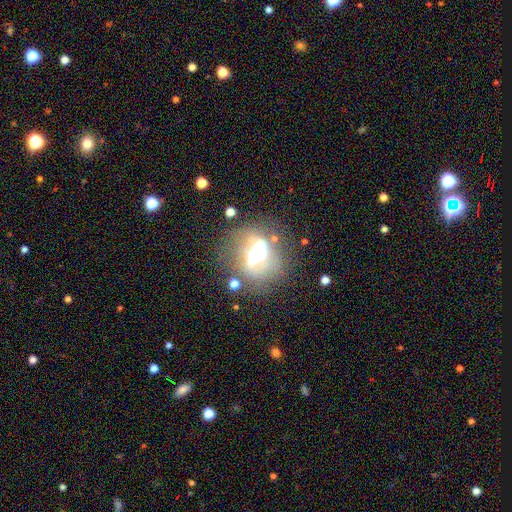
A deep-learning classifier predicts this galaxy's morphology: Smooth or featured? featured or disk (59%)
Edge-on disk? no (84%)
Merging? none (45%)